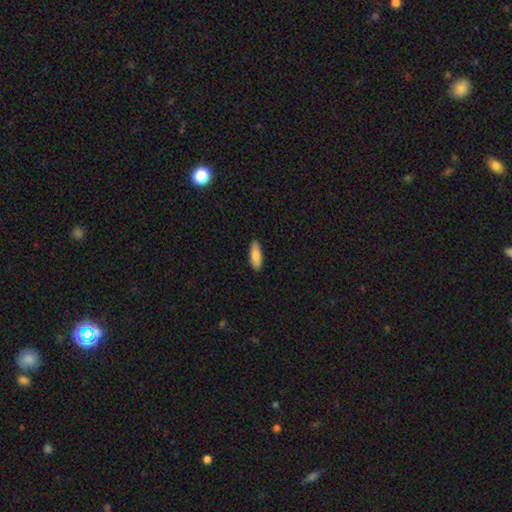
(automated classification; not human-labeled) Smooth or featured?
  - smooth: 86% *
  - featured or disk: 8%
  - star or artifact: 6%
How rounded?
  - in between: 62% *
  - cigar-shaped: 36%
  - round: 2%
Merging?
  - none: 88% *
  - minor disturbance: 9%
  - major disturbance: 2%
  - merger: 1%